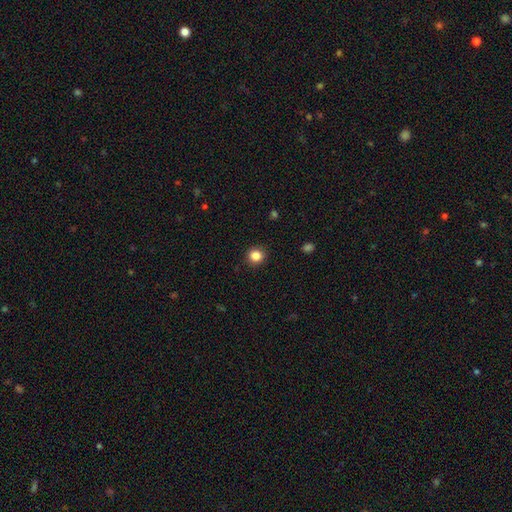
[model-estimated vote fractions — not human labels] A smooth galaxy with no disk features (85%) that is round (88%). Merging: none (90%).